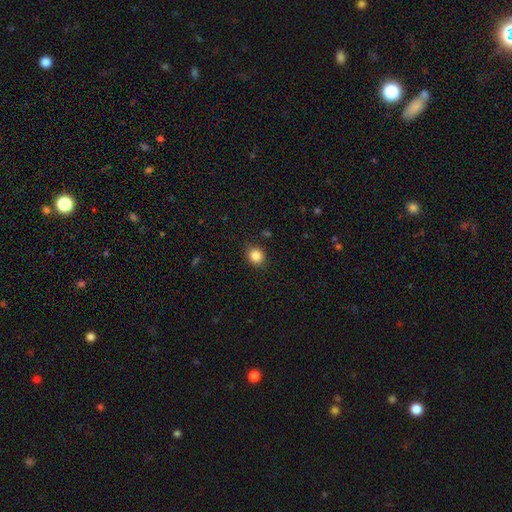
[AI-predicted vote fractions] smooth-or-featured: smooth: 85% | star or artifact: 10% | featured or disk: 4%
  how-rounded: round: 81% | in between: 18% | cigar-shaped: 1%
  merging: none: 84% | minor disturbance: 12% | major disturbance: 3% | merger: 1%